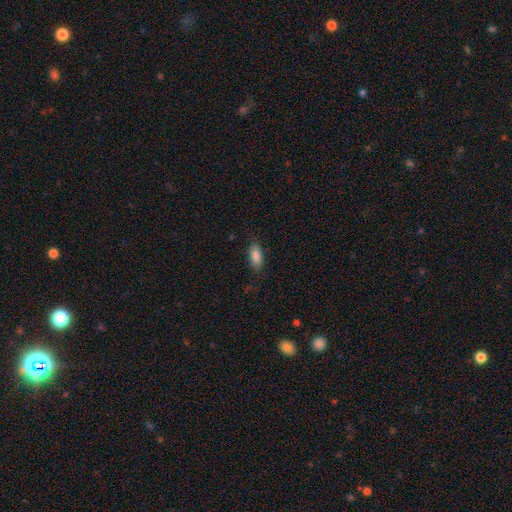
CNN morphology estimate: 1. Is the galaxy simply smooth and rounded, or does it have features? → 87% smooth, 7% star or artifact, 5% featured or disk.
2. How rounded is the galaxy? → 86% in between, 11% cigar-shaped, 2% round.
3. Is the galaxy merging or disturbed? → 82% none, 13% minor disturbance, 3% major disturbance, 1% merger.